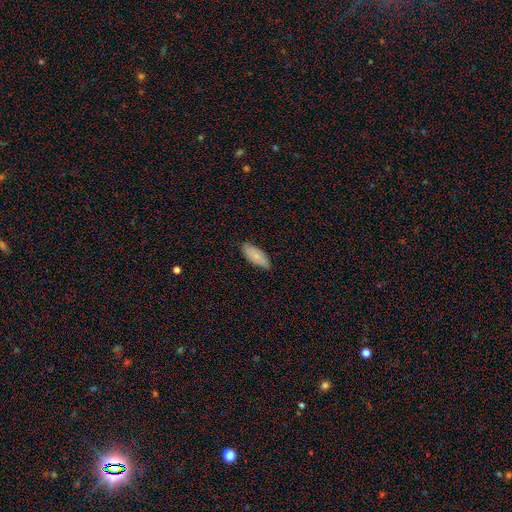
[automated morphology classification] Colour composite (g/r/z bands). It shows a smooth galaxy with no disk features (79%) that is in between round and cigar-shaped (82%). Merging: none (79%).